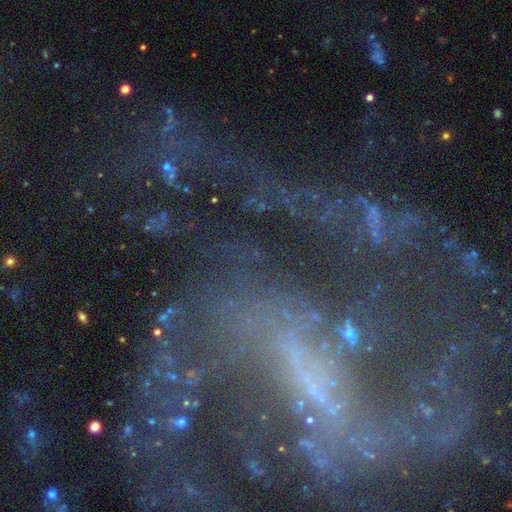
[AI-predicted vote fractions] Smooth or featured? featured or disk (48%)
Merging? none (50%)